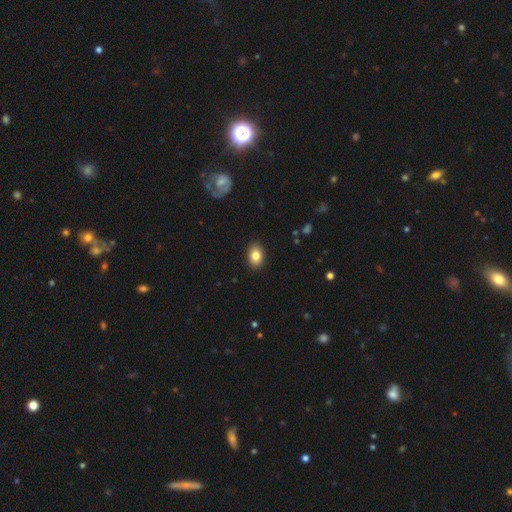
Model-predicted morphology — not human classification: Smooth or featured? Predicted: smooth (p=0.84). How rounded? Predicted: in between (p=0.82). Merging? Predicted: none (p=0.89).